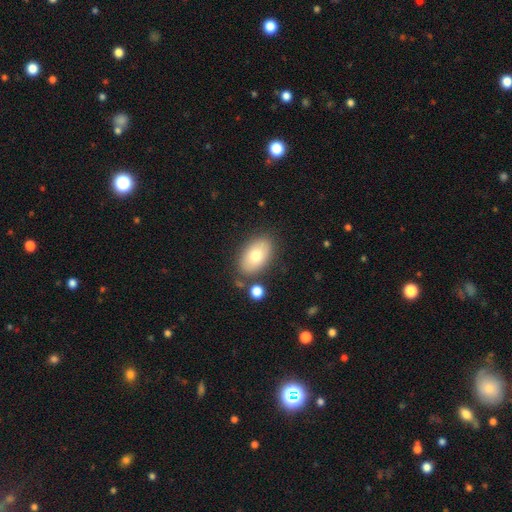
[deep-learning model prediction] Morphology: type=smooth (76%); roundness=in between (92%); merging=none (79%).